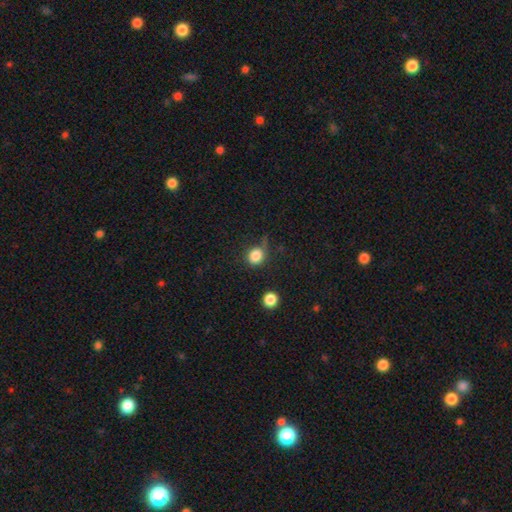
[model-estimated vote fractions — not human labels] smooth_or_featured: smooth (p=0.83) [alt: star or artifact p=0.11]
how_rounded: round (p=0.77) [alt: in between p=0.22]
merging: none (p=0.59) [alt: minor disturbance p=0.26]